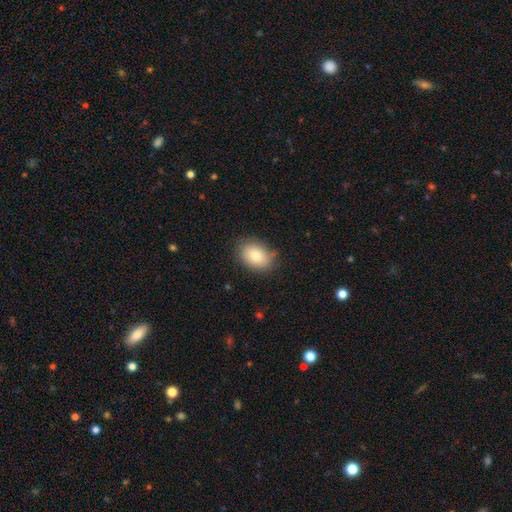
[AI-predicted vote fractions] Smooth or featured?
  - smooth: 83% *
  - featured or disk: 9%
  - star or artifact: 8%
How rounded?
  - in between: 73% *
  - round: 26%
  - cigar-shaped: 1%
Merging?
  - none: 79% *
  - minor disturbance: 16%
  - major disturbance: 4%
  - merger: 1%